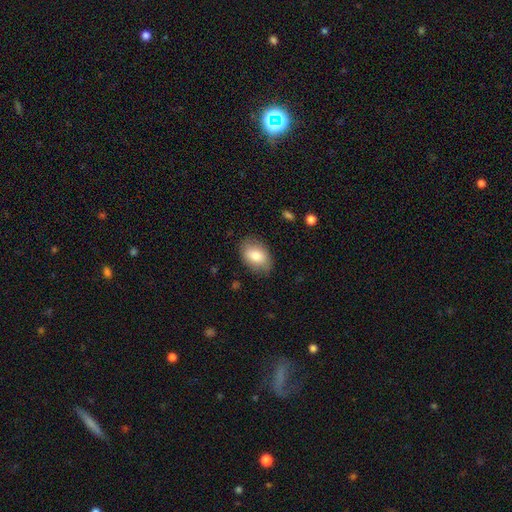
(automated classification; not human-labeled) A smooth galaxy with no disk features (79%) that is in between round and cigar-shaped (84%).

Vote fractions:
- Smooth or featured? smooth: 79% / featured or disk: 14% / star or artifact: 7%
- How rounded? in between: 84% / round: 14% / cigar-shaped: 1%
- Merging? none: 82% / minor disturbance: 13% / major disturbance: 3% / merger: 1%